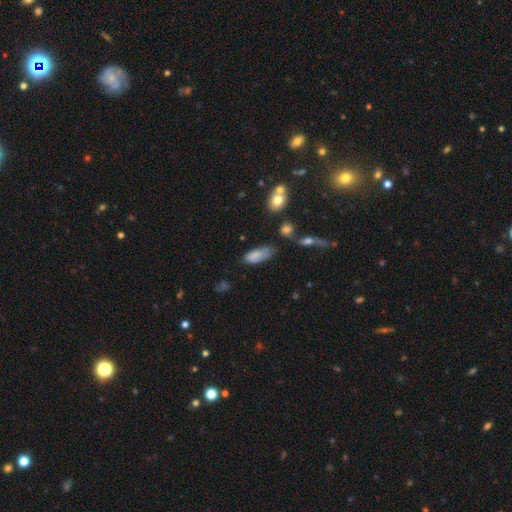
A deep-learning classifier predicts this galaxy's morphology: Overall: smooth (75%). How rounded: in between (83%). Merging: none (48%; minor disturbance 34%).